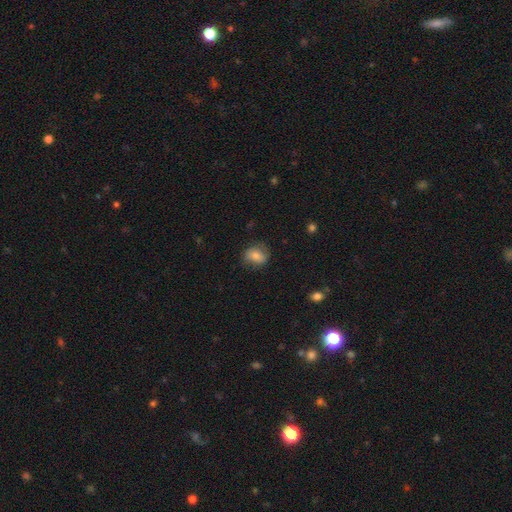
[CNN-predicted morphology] Smooth or featured: smooth — 72% (featured or disk — 20%)
How rounded: round — 50% (in between — 48%)
Merging: none — 72% (minor disturbance — 21%)